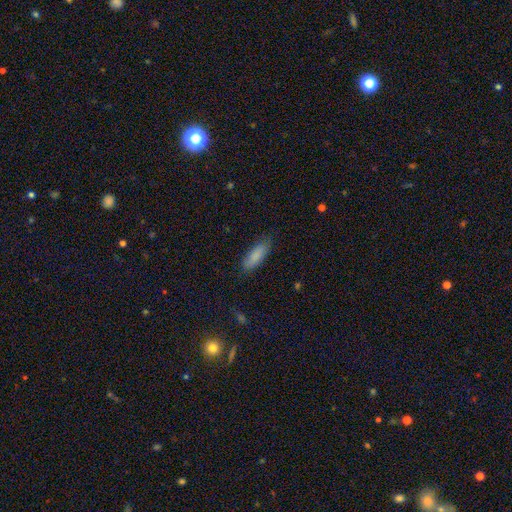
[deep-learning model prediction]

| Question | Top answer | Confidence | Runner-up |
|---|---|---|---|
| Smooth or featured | smooth | 86% | featured or disk (8%) |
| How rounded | in between | 58% | cigar-shaped (41%) |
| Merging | none | 82% | minor disturbance (14%) |